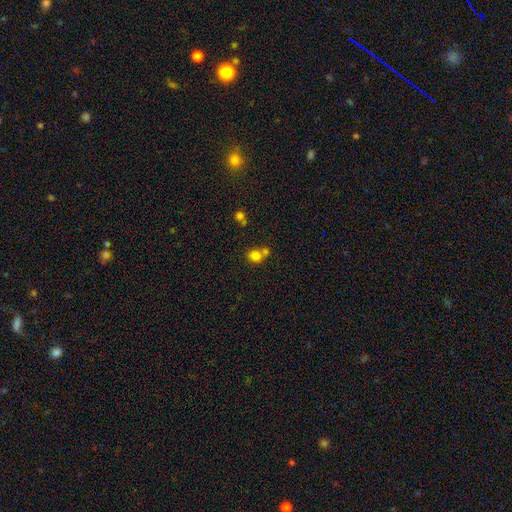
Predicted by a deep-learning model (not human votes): Smooth or featured? Predicted: smooth (p=0.80). How rounded? Predicted: round (p=0.73). Merging? Predicted: none (p=0.46).